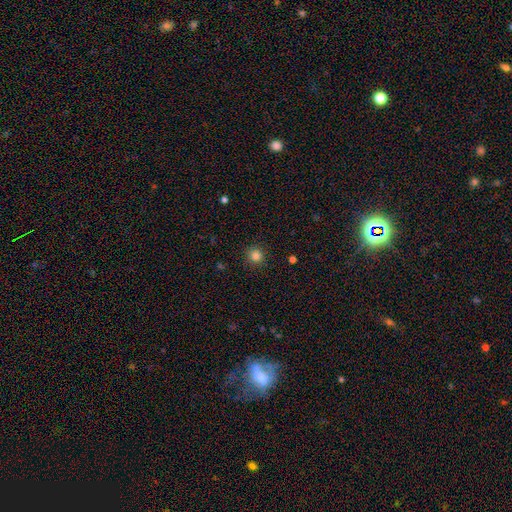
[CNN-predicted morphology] This appears to be a smooth galaxy with no disk features (83%) that is round (93%). Merging: none (90%).